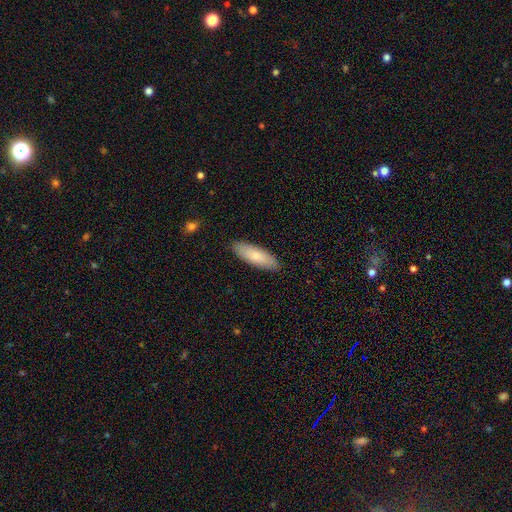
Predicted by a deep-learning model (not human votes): A smooth galaxy with no disk features (79%) that is in between round and cigar-shaped (54%). Merging: none (89%).